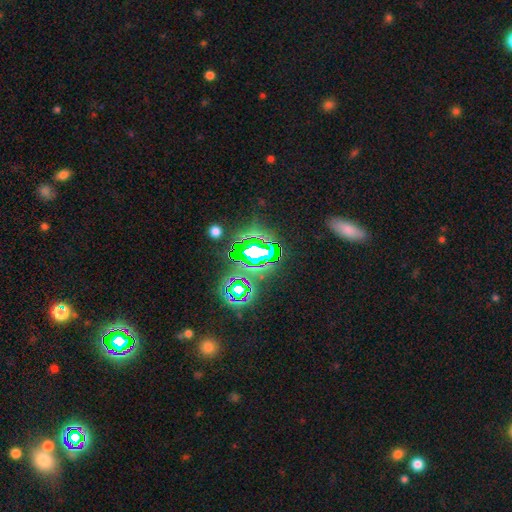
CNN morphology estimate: Overall: star or artifact (78%).